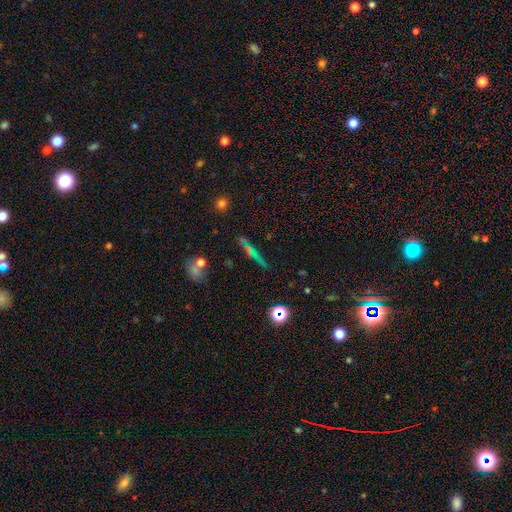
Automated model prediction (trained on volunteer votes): Smooth or featured? featured or disk (50%)
Merging? none (79%)